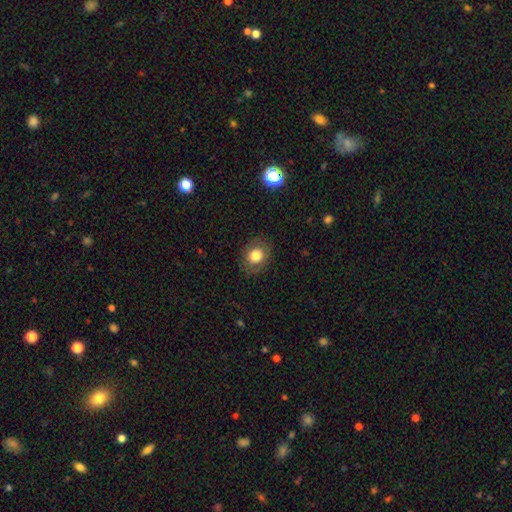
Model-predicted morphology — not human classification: Q: Smooth or featured?
A: smooth (79%); runner-up: featured or disk (11%)
Q: How rounded?
A: round (59%); runner-up: in between (40%)
Q: Merging?
A: none (85%); runner-up: minor disturbance (10%)